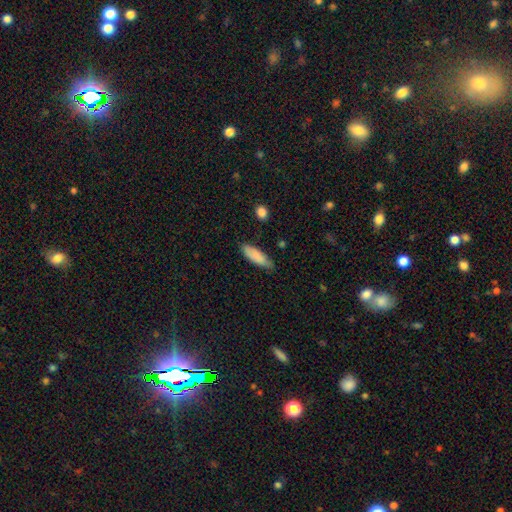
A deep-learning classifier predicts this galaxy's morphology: smooth_or_featured: smooth (p=0.87) [alt: featured or disk p=0.07]
how_rounded: in between (p=0.54) [alt: cigar-shaped p=0.44]
merging: none (p=0.76) [alt: minor disturbance p=0.19]